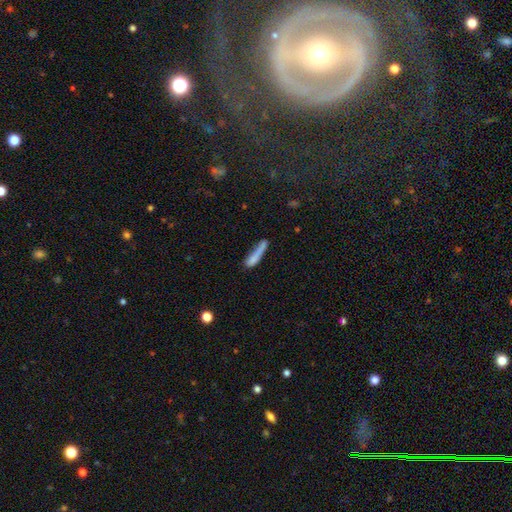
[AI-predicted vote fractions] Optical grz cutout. It shows a smooth galaxy with no disk features (71%) that is cigar-shaped (86%). Merging: none (48%).